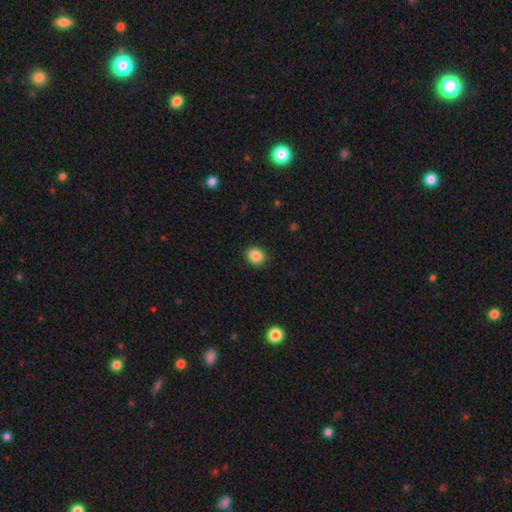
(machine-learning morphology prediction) smooth-or-featured: smooth: 87% | star or artifact: 9% | featured or disk: 4%
  how-rounded: round: 76% | in between: 24% | cigar-shaped: 1%
  merging: none: 91% | minor disturbance: 6% | major disturbance: 2% | merger: 1%